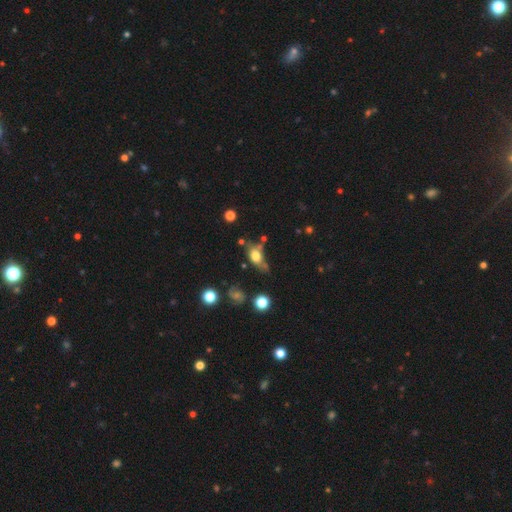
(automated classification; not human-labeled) Smooth or featured? Predicted: smooth (p=0.69). How rounded? Predicted: in between (p=0.70). Merging? Predicted: none (p=0.42).